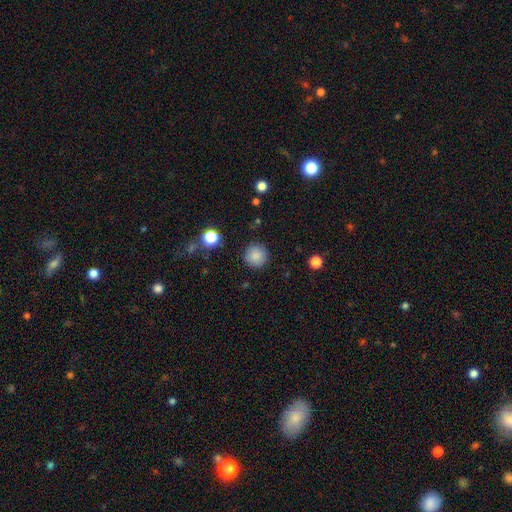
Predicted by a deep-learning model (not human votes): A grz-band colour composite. It shows a smooth galaxy with no disk features (86%) that is round (95%). Merging: none (89%).